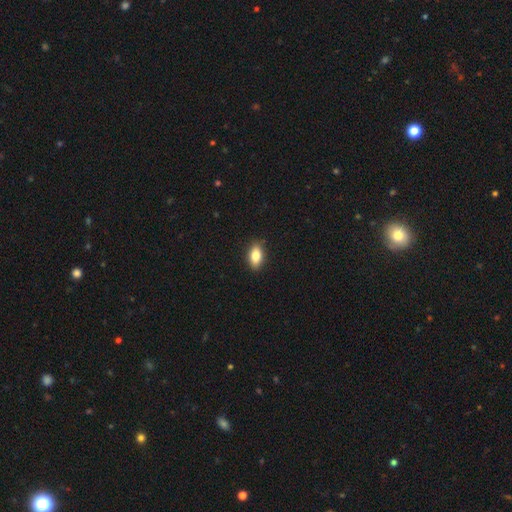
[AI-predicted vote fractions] The model was most divided on "smooth or featured": smooth: 83%, featured or disk: 9%, star or artifact: 7%. More confident: how rounded — in between (90%); merging — none (89%).